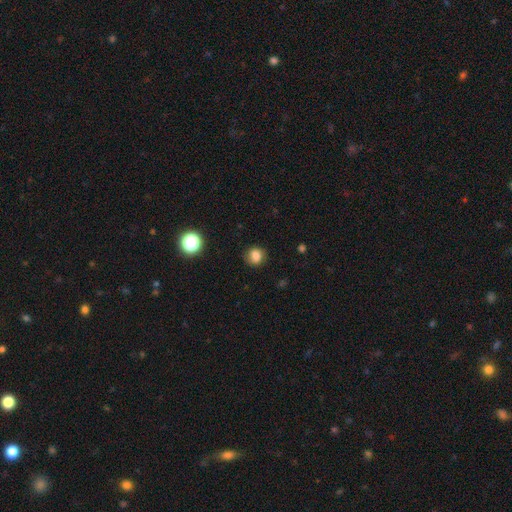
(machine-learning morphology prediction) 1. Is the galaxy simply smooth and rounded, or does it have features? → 81% smooth, 12% star or artifact, 7% featured or disk.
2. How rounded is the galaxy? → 74% round, 25% in between, 1% cigar-shaped.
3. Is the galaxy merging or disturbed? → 84% none, 12% minor disturbance, 3% major disturbance, 1% merger.